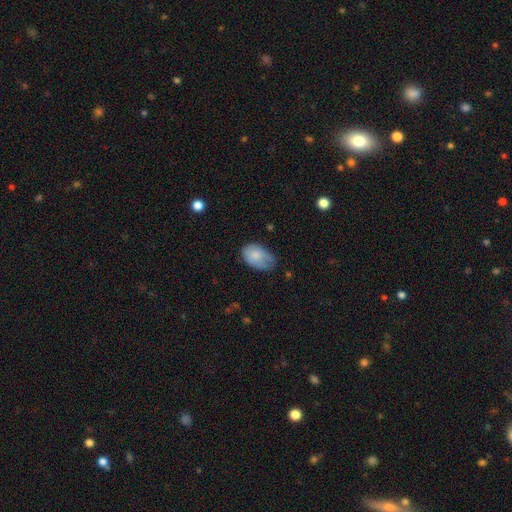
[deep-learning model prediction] A smooth galaxy with no disk features (79%) that is in between round and cigar-shaped (88%).

Vote fractions:
- Smooth or featured? smooth: 79% / featured or disk: 14% / star or artifact: 7%
- How rounded? in between: 88% / round: 11% / cigar-shaped: 1%
- Merging? none: 51% / minor disturbance: 38% / major disturbance: 10% / merger: 2%